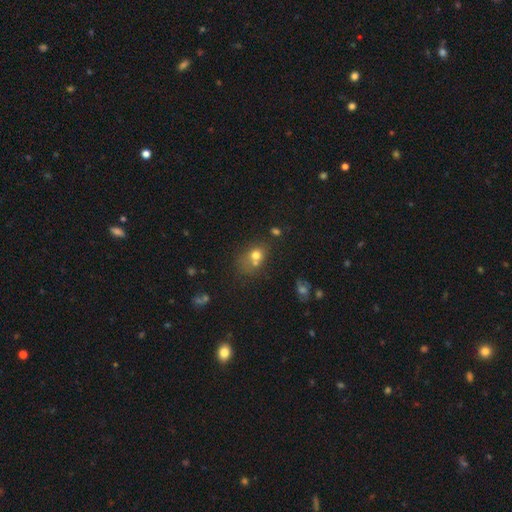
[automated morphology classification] The model was most divided on "merging" (2-way tie): merger: 37%, none: 37%, minor disturbance: 16%, major disturbance: 10%. More confident: smooth or featured — smooth (69%); how rounded — round (57%).